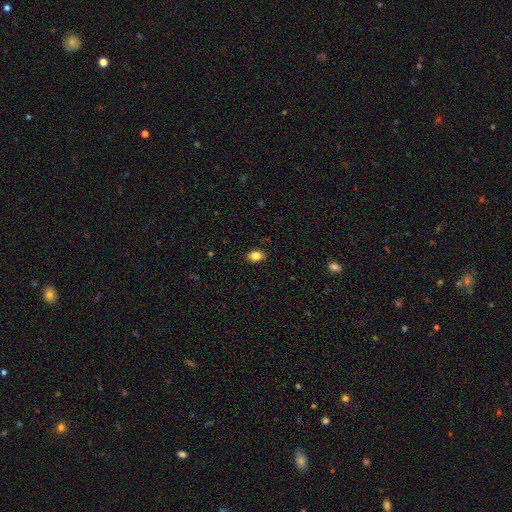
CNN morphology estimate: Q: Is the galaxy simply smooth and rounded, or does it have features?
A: smooth — 85%.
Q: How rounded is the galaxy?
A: in between — 81%.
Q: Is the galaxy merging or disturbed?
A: none — 88%.